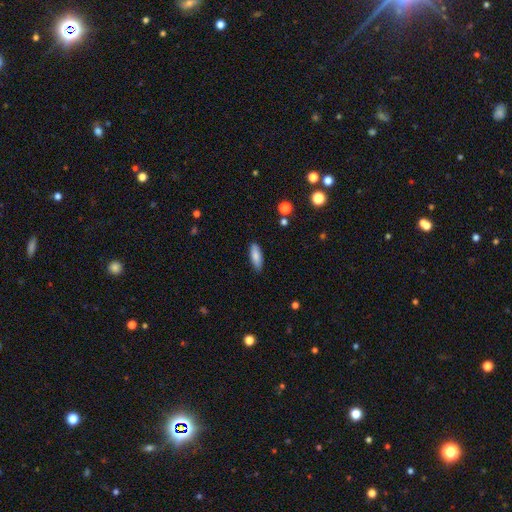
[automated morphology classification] Smooth or featured? smooth (84%)
How rounded? in between (62%)
Merging? none (87%)